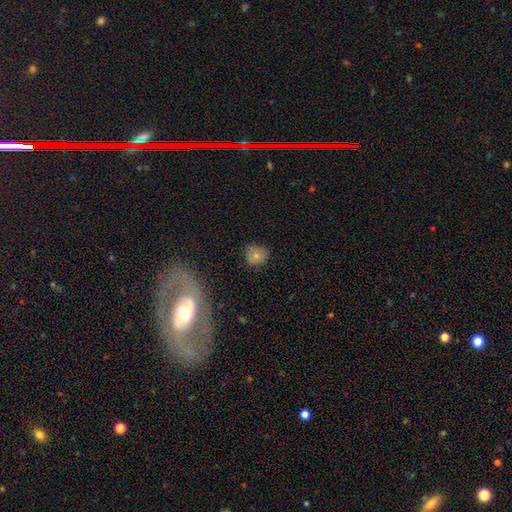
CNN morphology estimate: Smooth or featured?
  - smooth: 72% *
  - featured or disk: 16%
  - star or artifact: 12%
How rounded?
  - round: 85% *
  - in between: 14%
  - cigar-shaped: 1%
Merging?
  - none: 74% *
  - minor disturbance: 20%
  - major disturbance: 4%
  - merger: 2%